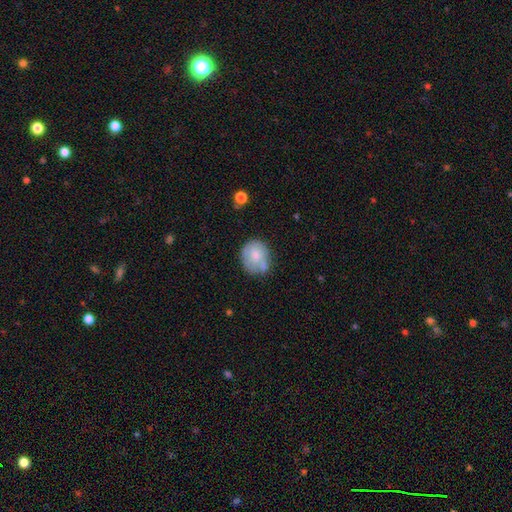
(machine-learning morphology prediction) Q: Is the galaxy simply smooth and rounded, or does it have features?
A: smooth — 67%.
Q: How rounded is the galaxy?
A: round — 66%.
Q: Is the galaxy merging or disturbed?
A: none — 54%.